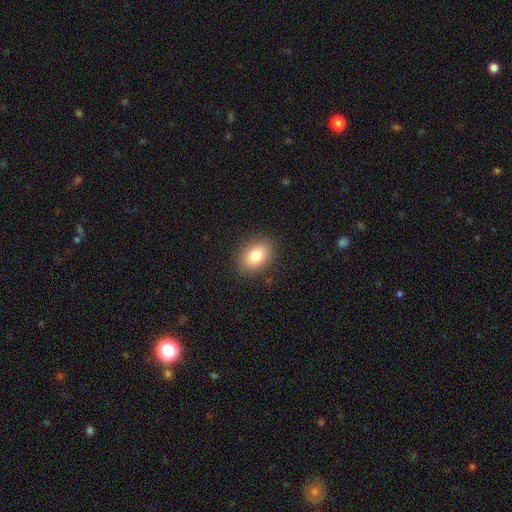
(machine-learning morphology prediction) Smooth or featured? smooth (83%)
How rounded? in between (80%)
Merging? none (87%)